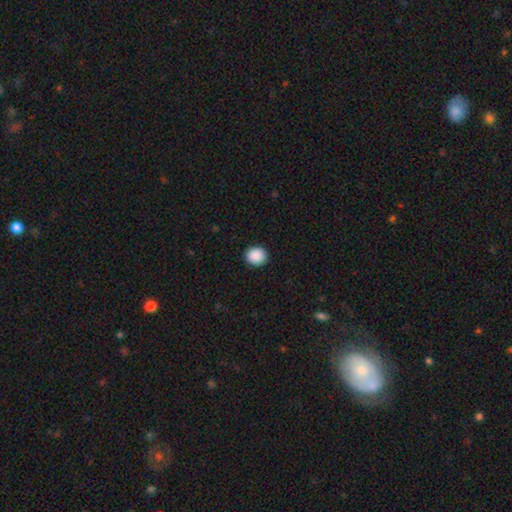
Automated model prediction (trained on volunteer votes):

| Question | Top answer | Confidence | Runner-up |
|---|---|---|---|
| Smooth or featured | smooth | 90% | star or artifact (8%) |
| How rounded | round | 84% | in between (15%) |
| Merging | none | 92% | minor disturbance (5%) |